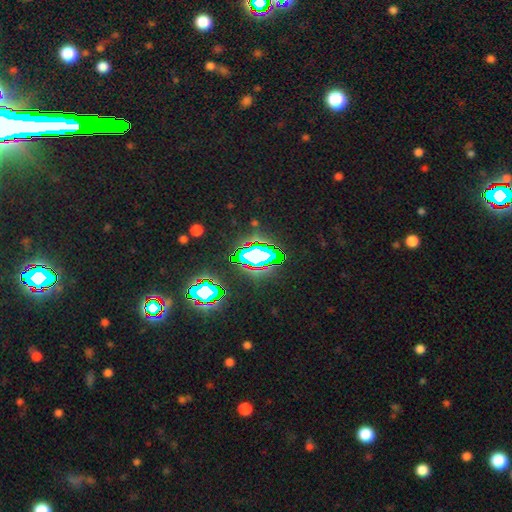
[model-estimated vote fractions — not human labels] A star or artifact, not a galaxy (65%).

Vote fractions:
- Smooth or featured? star or artifact: 65% / smooth: 21% / featured or disk: 14%